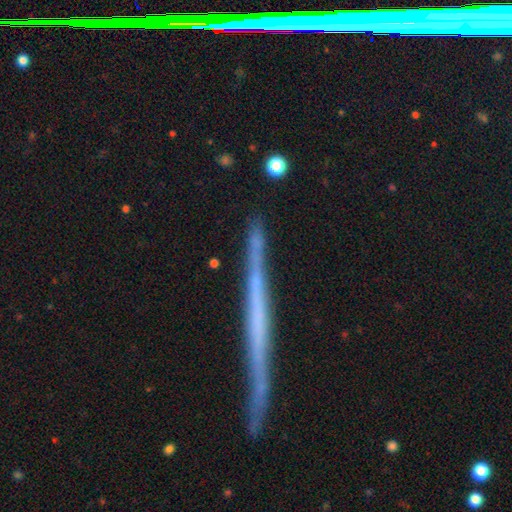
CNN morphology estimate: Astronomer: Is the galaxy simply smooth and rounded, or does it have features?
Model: featured or disk — 65%.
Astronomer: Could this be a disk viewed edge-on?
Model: yes — 97%.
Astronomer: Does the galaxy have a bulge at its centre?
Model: none — 85%.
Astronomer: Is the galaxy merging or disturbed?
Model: none — 83%.